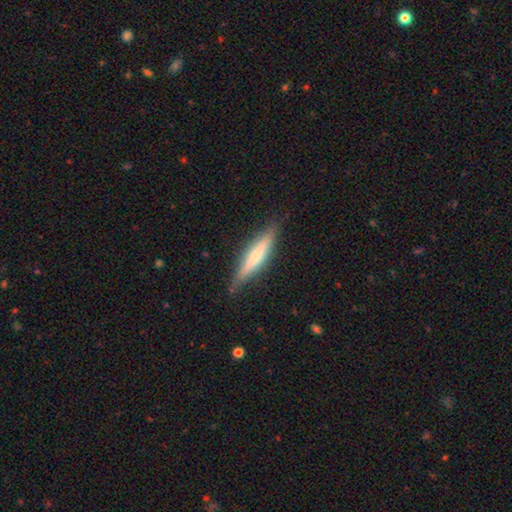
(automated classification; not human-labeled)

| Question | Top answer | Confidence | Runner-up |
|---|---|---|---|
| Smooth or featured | smooth | 49% | featured or disk (45%) |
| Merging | none | 86% | minor disturbance (11%) |